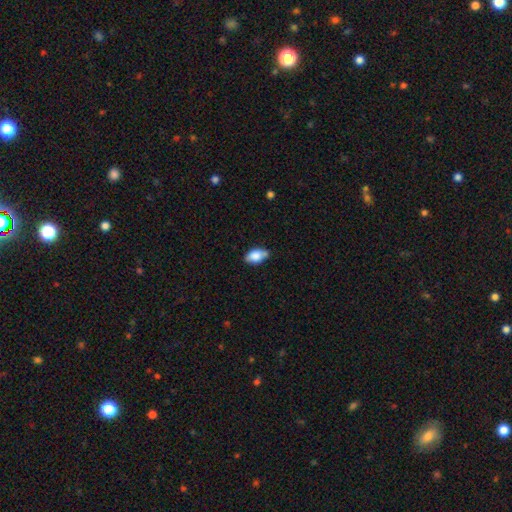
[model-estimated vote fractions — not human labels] The model was most divided on "merging": none: 65%, minor disturbance: 26%, merger: 5%, major disturbance: 4%. More confident: how rounded — in between (91%); smooth or featured — smooth (81%).